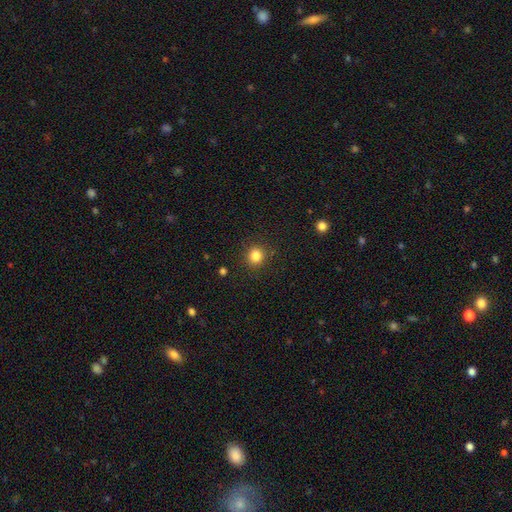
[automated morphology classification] type=smooth (83%); roundness=round (89%); merging=none (89%).